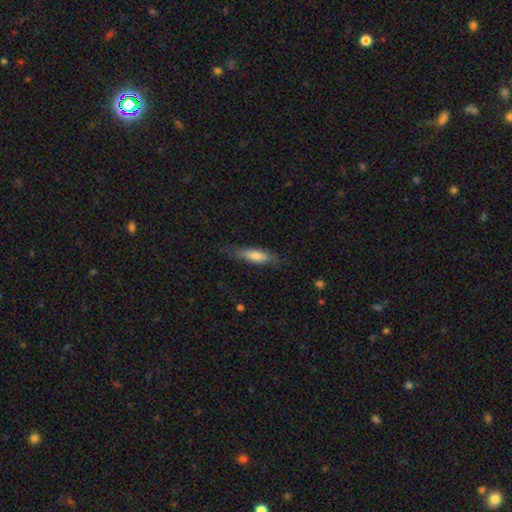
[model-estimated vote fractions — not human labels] smooth_or_featured: smooth (p=0.70) [alt: featured or disk p=0.24]
how_rounded: cigar-shaped (p=0.64) [alt: in between p=0.34]
merging: none (p=0.74) [alt: minor disturbance p=0.20]